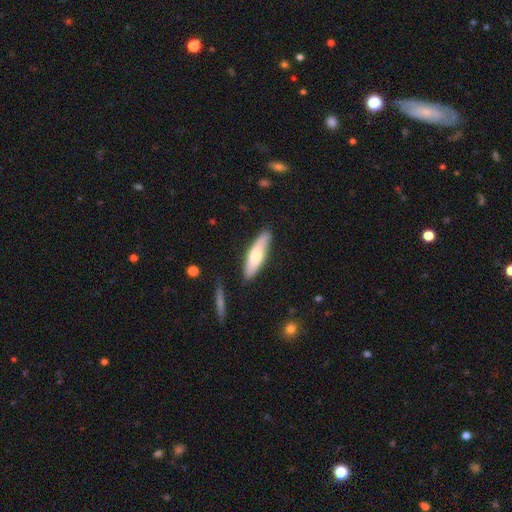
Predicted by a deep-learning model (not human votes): Smooth or featured?
  - smooth: 65% *
  - featured or disk: 30%
  - star or artifact: 5%
How rounded?
  - cigar-shaped: 61% *
  - in between: 37%
  - round: 2%
Merging?
  - none: 83% *
  - minor disturbance: 12%
  - major disturbance: 2%
  - merger: 2%